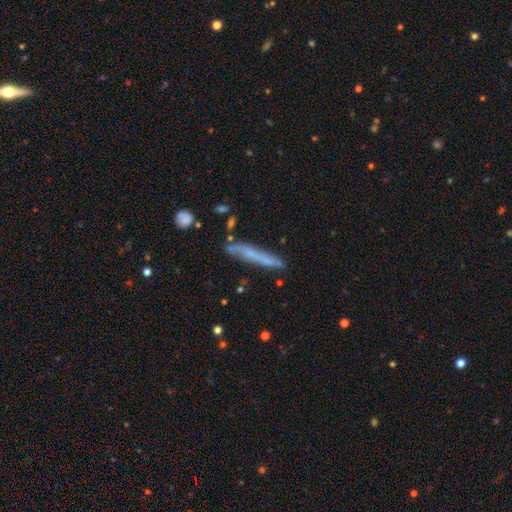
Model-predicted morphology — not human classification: This appears to be a smooth galaxy with no disk features (47%). Merging: none (77%).